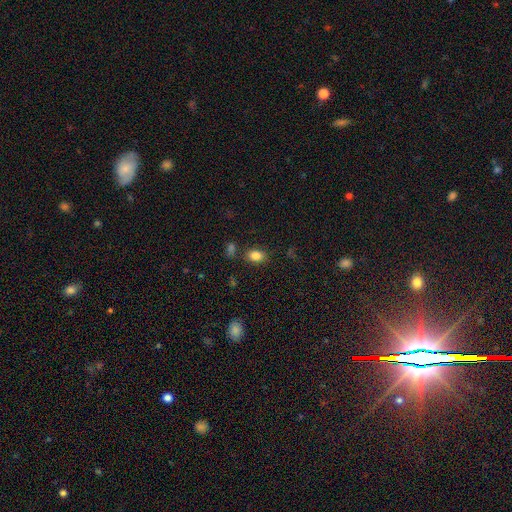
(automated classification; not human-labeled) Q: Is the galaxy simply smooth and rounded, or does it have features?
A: smooth — 84%.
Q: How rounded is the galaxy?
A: in between — 75%.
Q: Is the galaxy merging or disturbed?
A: none — 82%.